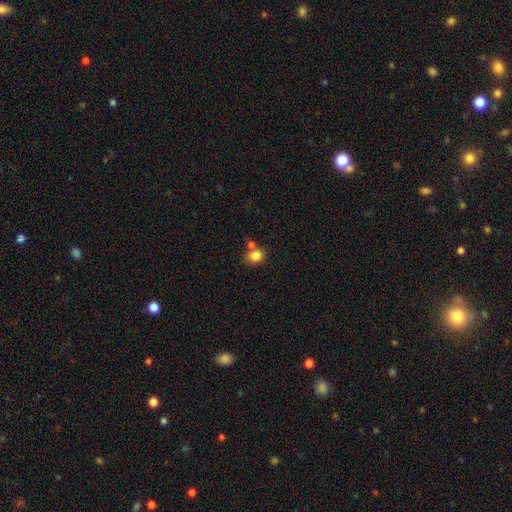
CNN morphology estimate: The model was most divided on "merging": none: 57%, merger: 26%, minor disturbance: 12%, major disturbance: 4%. More confident: smooth or featured — smooth (82%); how rounded — round (68%).